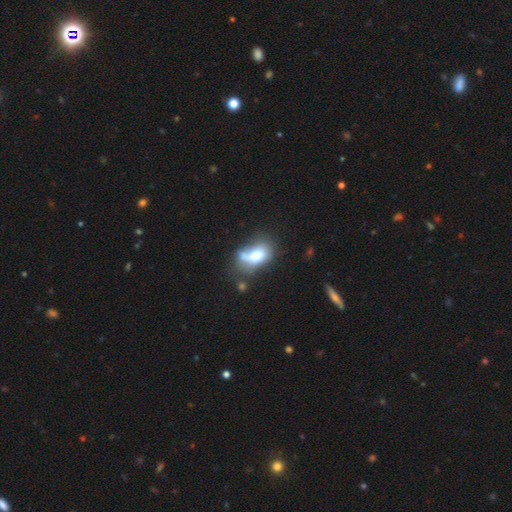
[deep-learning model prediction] Overall: smooth (66%). How rounded: in between (78%). Merging: none (30%; merger 29%).